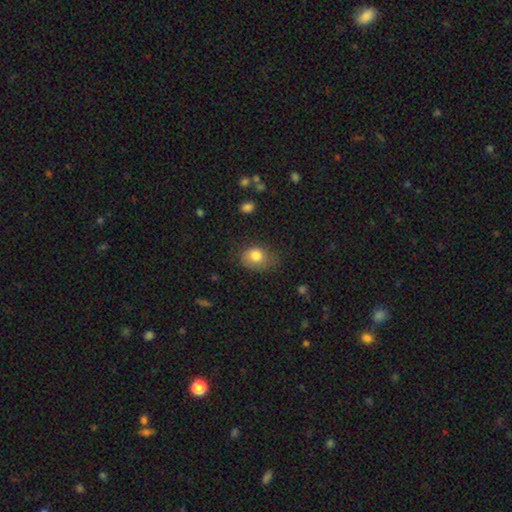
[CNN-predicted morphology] This is likely a smooth galaxy (80%). How rounded: possibly in between (53%). Merging: possibly none (54%).